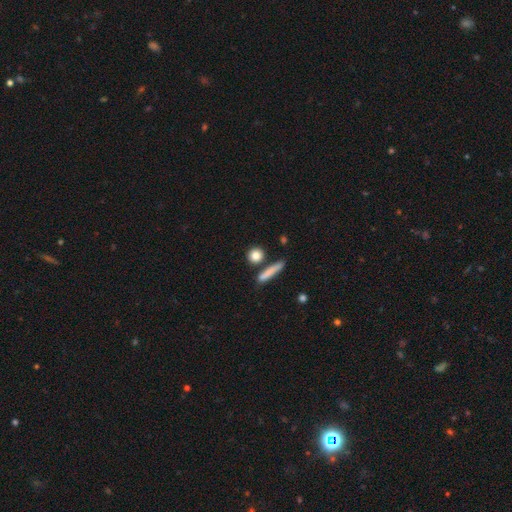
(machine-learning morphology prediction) Smooth or featured? smooth (83%)
How rounded? round (72%)
Merging? none (79%)